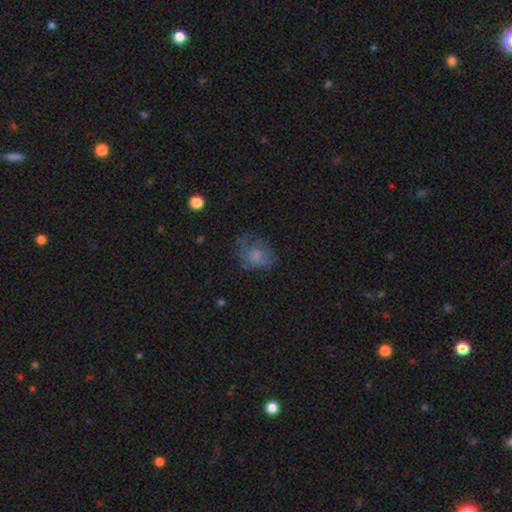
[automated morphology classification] smooth 54%, featured or disk 34%, star or artifact 12%. Down the decision tree: how rounded — in between (55%); merging — none (42%).